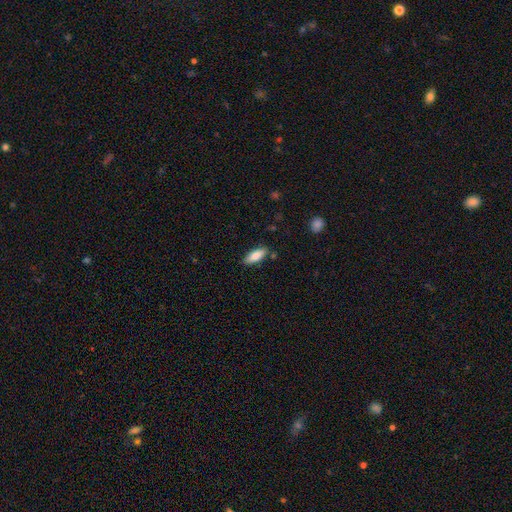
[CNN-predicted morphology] Smooth or featured: smooth — 85% (featured or disk — 9%)
How rounded: in between — 69% (cigar-shaped — 29%)
Merging: none — 83% (minor disturbance — 12%)